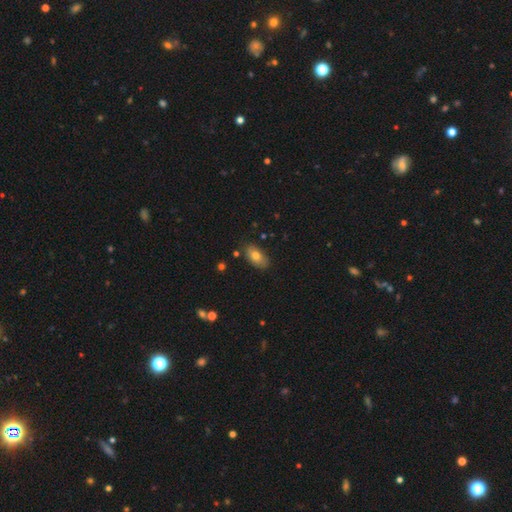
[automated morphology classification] Smooth or featured? Predicted: smooth (p=0.74). How rounded? Predicted: in between (p=0.90). Merging? Predicted: none (p=0.81).